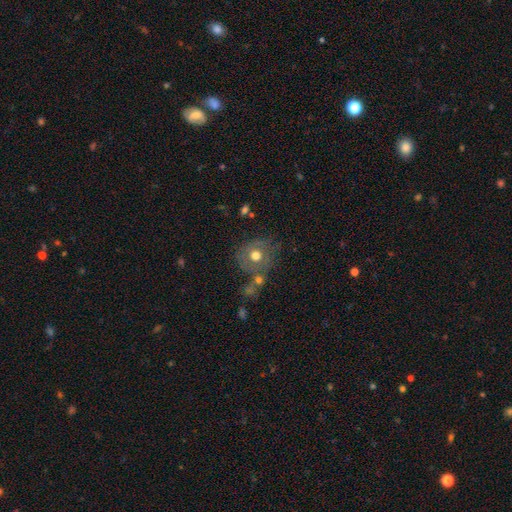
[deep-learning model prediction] Q: Smooth or featured?
A: smooth (57%); runner-up: featured or disk (32%)
Q: How rounded?
A: round (83%); runner-up: in between (16%)
Q: Merging?
A: none (56%); runner-up: merger (17%)